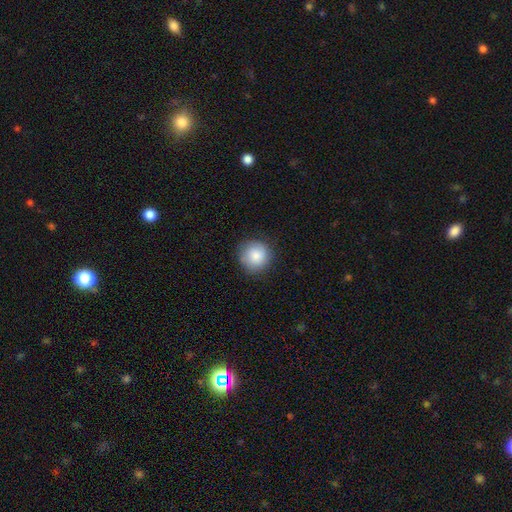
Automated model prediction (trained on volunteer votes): This is clearly a smooth galaxy (84%). How rounded: clearly round (93%). Merging: clearly none (85%).